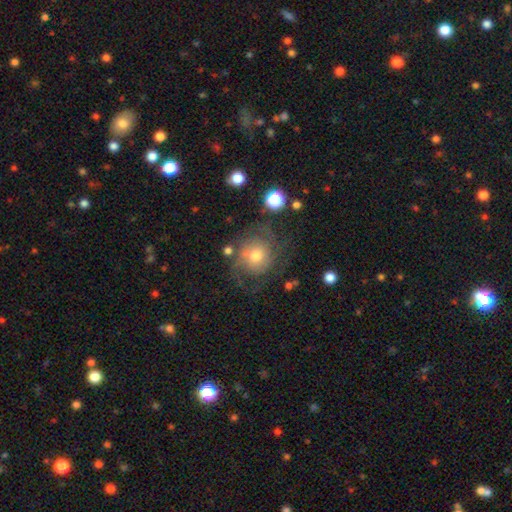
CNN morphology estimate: The model was most divided on "spiral winding": tight: 45%, medium: 38%, loose: 17%. Remaining: edge-on disk — no (97%); spiral arms — yes (85%); bar — no (80%); smooth or featured — featured or disk (64%); merging — none (61%); bulge size — moderate (60%); spiral arm count — can't tell (37%).